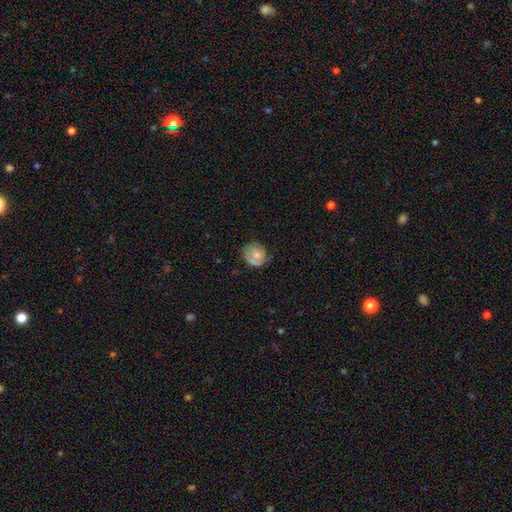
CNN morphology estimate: Smooth or featured? featured or disk (47%)
Merging? none (64%)